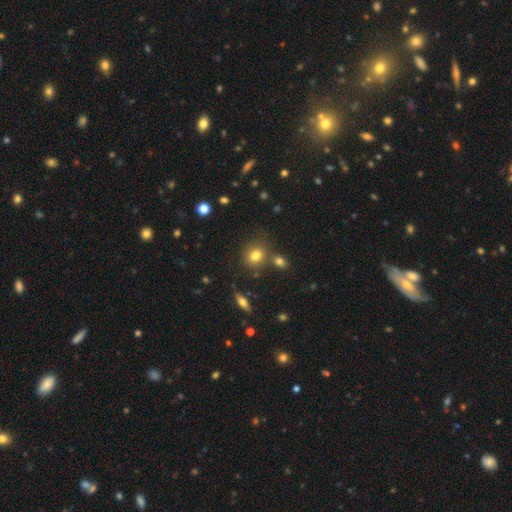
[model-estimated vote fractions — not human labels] Smooth or featured? smooth (77%)
How rounded? round (65%)
Merging? none (70%)